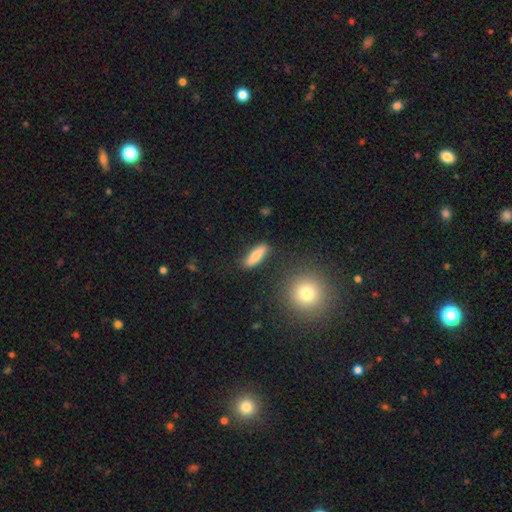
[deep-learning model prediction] smooth_or_featured: smooth (p=0.76) [alt: featured or disk p=0.17]
how_rounded: in between (p=0.54) [alt: cigar-shaped p=0.43]
merging: none (p=0.85) [alt: minor disturbance p=0.10]